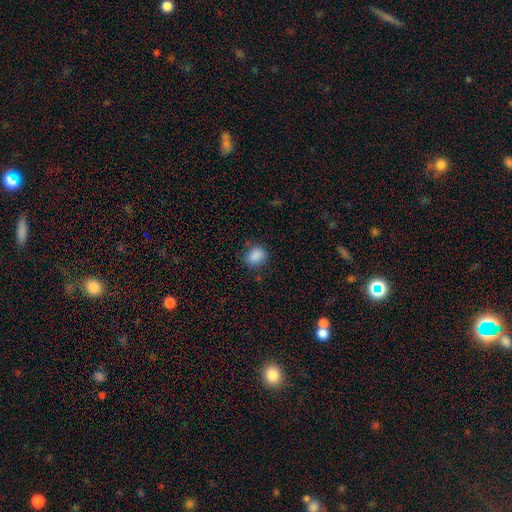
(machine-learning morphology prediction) Q: Smooth or featured?
A: smooth (87%); runner-up: star or artifact (9%)
Q: How rounded?
A: round (55%); runner-up: in between (44%)
Q: Merging?
A: none (78%); runner-up: minor disturbance (16%)